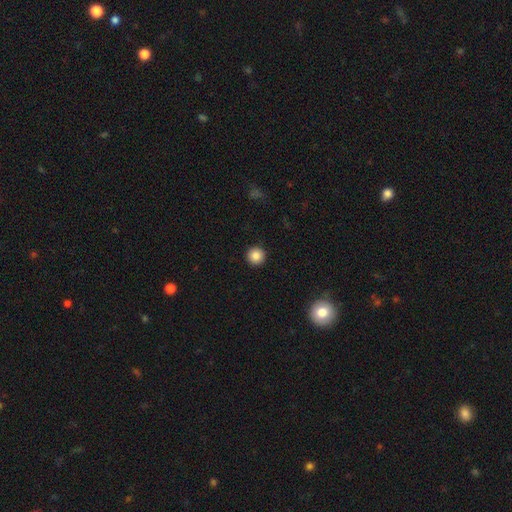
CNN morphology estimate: Smooth or featured? Predicted: smooth (p=0.86). How rounded? Predicted: round (p=0.96). Merging? Predicted: none (p=0.93).